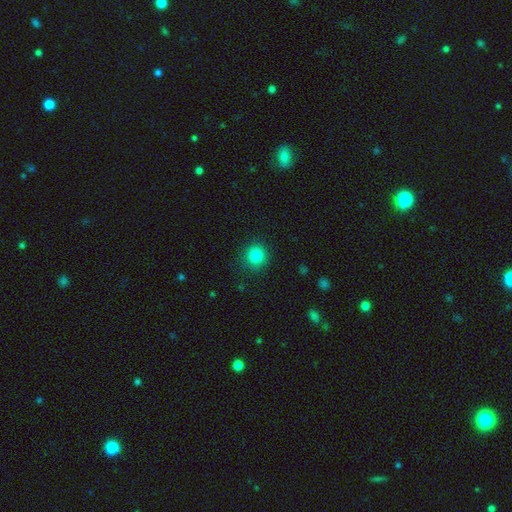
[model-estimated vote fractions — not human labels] Smooth or featured: smooth — 84% (star or artifact — 11%)
How rounded: round — 92% (in between — 7%)
Merging: none — 89% (minor disturbance — 7%)